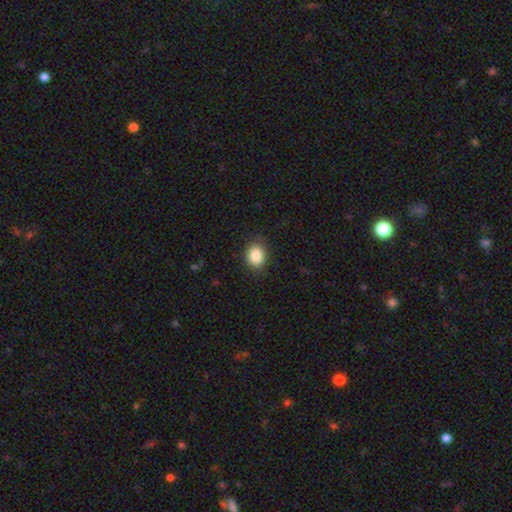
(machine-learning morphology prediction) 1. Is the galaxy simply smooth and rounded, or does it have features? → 87% smooth, 9% star or artifact, 5% featured or disk.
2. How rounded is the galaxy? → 53% in between, 46% round, 1% cigar-shaped.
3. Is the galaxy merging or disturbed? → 84% none, 12% minor disturbance, 3% major disturbance, 1% merger.